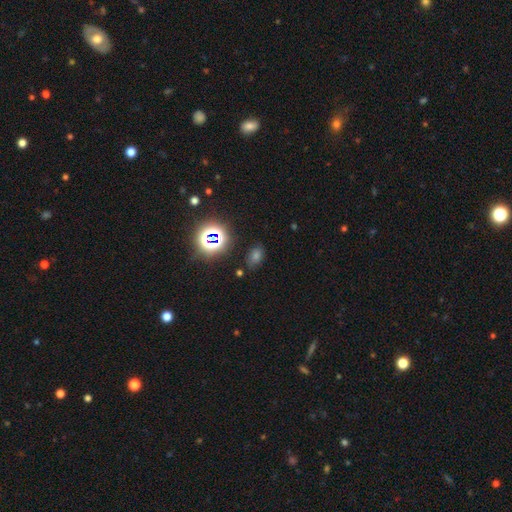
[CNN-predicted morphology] Smooth or featured? smooth (46%)
Merging? none (83%)